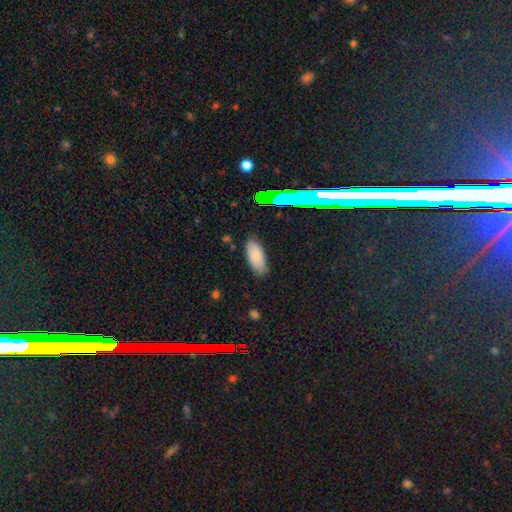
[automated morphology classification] smooth_or_featured: smooth (p=0.81) [alt: featured or disk p=0.11]
how_rounded: in between (p=0.84) [alt: cigar-shaped p=0.14]
merging: none (p=0.82) [alt: minor disturbance p=0.13]